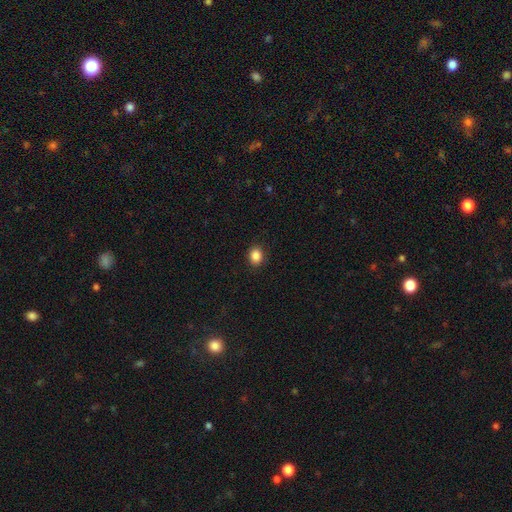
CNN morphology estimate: smooth_or_featured: smooth (p=0.87) [alt: star or artifact p=0.09]
how_rounded: round (p=0.52) [alt: in between p=0.47]
merging: none (p=0.90) [alt: minor disturbance p=0.07]